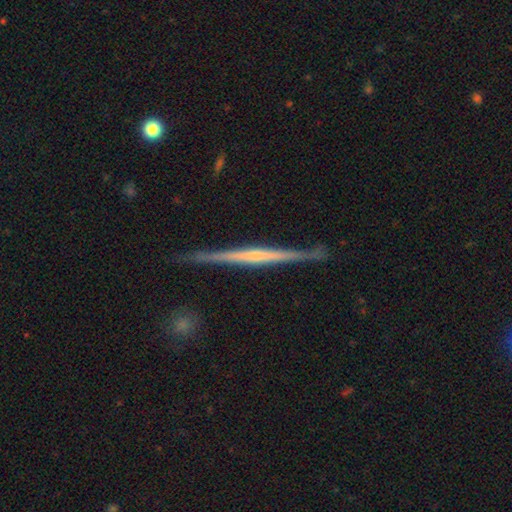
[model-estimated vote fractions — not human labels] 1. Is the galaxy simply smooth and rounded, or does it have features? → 77% featured or disk, 18% smooth, 5% star or artifact.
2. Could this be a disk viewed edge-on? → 98% yes, 2% no.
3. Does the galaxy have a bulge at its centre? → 56% none, 30% rounded, 14% boxy.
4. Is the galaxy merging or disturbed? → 87% none, 10% minor disturbance, 2% major disturbance, 1% merger.